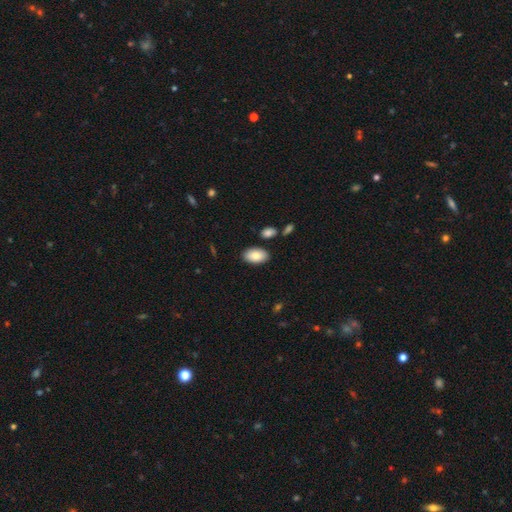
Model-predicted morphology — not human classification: A smooth galaxy with no disk features (85%) that is in between round and cigar-shaped (94%). Merging: none (86%).